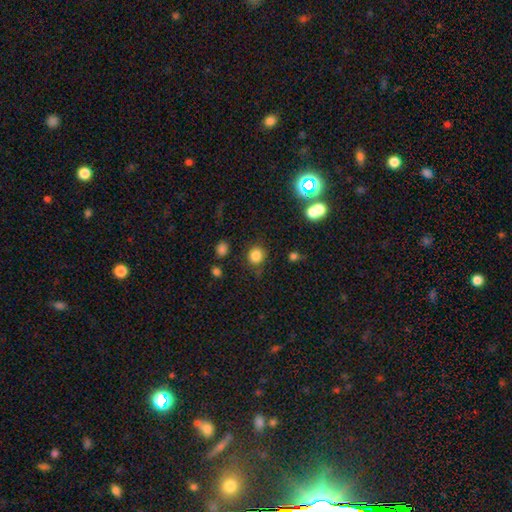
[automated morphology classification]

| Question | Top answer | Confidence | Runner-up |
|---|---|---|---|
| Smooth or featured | smooth | 82% | star or artifact (13%) |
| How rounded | round | 85% | in between (14%) |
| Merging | none | 82% | minor disturbance (10%) |